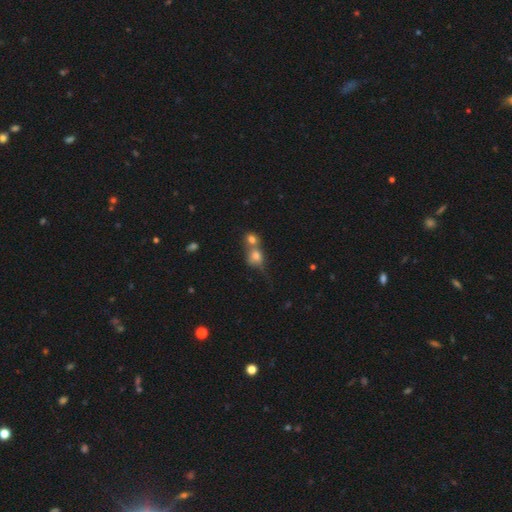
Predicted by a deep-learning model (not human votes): Overall: smooth (72%). How rounded: round (70%). Merging: merger (58%; none 27%).